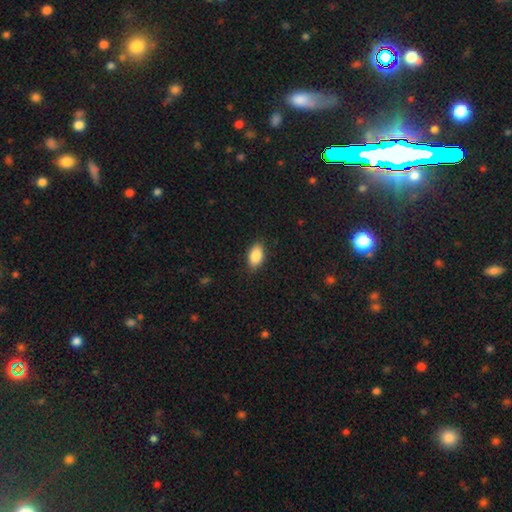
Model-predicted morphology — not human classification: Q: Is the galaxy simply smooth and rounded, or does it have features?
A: smooth — 88%.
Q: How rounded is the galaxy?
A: in between — 91%.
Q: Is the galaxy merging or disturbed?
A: none — 87%.